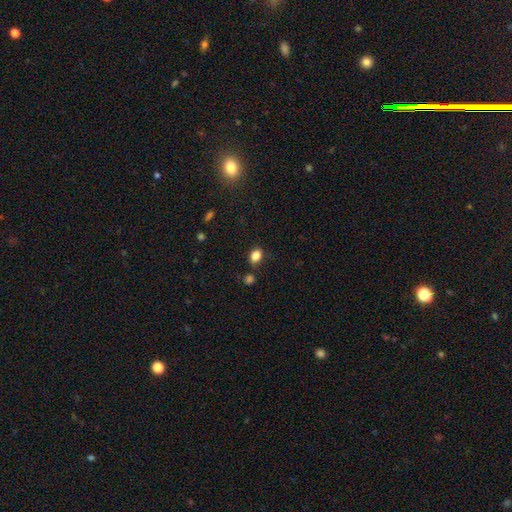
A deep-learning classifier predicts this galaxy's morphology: type=smooth (84%); roundness=in between (68%); merging=none (79%).